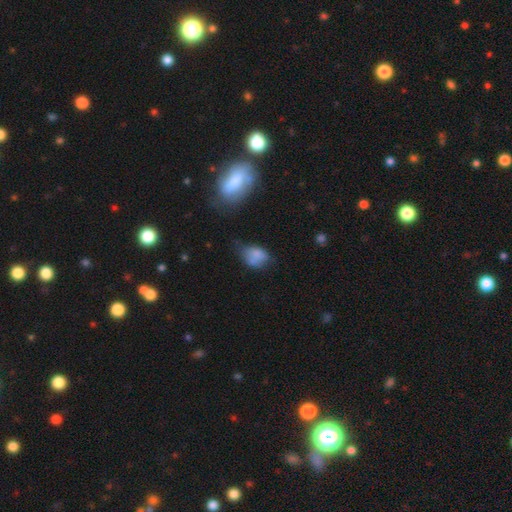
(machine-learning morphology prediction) A smooth galaxy with no disk features (73%) that is in between round and cigar-shaped (72%). Merging: none (36%, tied with minor disturbance).